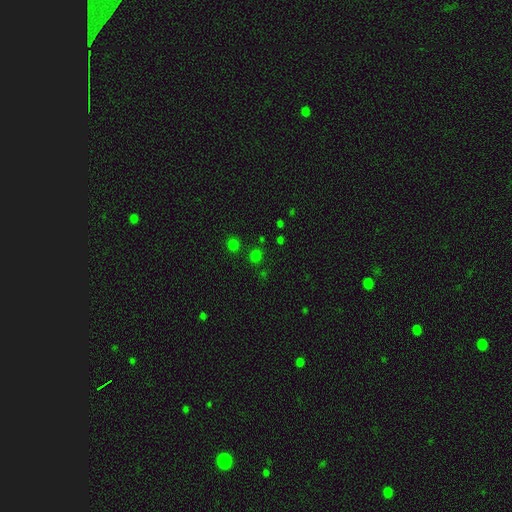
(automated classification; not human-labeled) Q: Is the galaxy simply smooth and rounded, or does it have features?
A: smooth — 66%.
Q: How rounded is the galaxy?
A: round — 81%.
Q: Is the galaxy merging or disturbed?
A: none — 83%.